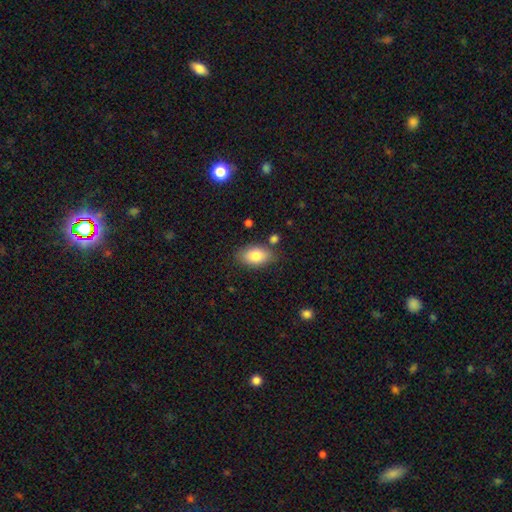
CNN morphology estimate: Smooth or featured? Predicted: smooth (p=0.82). How rounded? Predicted: in between (p=0.91). Merging? Predicted: none (p=0.78).